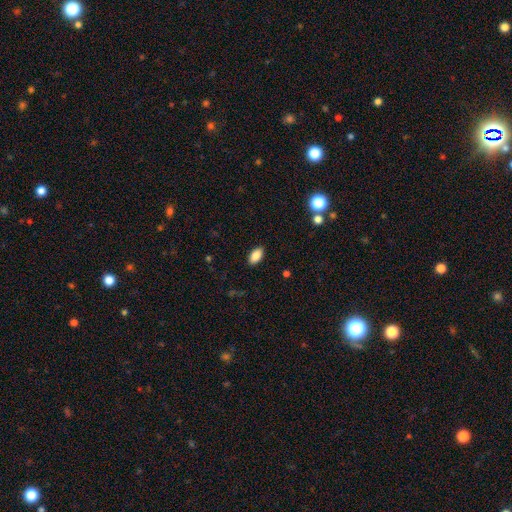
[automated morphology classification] A smooth galaxy with no disk features (87%) that is in between round and cigar-shaped (93%).

Vote fractions:
- Smooth or featured? smooth: 87% / star or artifact: 8% / featured or disk: 5%
- How rounded? in between: 93% / round: 4% / cigar-shaped: 4%
- Merging? none: 89% / minor disturbance: 8% / major disturbance: 2% / merger: 1%